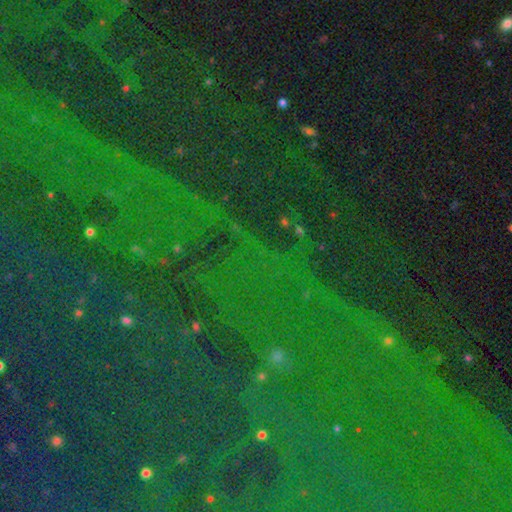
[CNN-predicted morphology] Smooth or featured? Predicted: star or artifact (p=0.81).